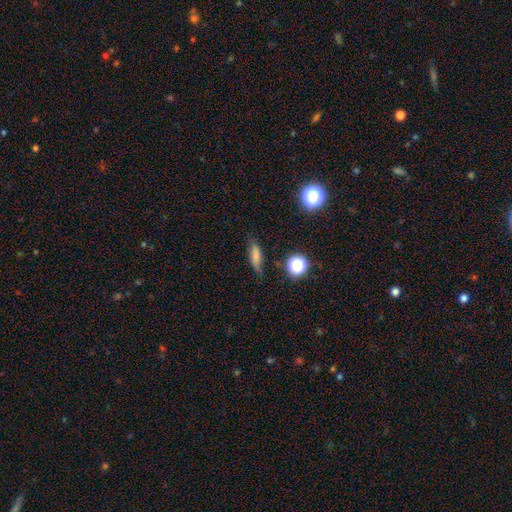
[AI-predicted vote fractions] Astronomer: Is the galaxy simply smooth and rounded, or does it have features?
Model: smooth — 71%.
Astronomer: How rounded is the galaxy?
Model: cigar-shaped — 51% (runner-up: in between, 41%).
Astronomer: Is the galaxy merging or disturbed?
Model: none — 69%.